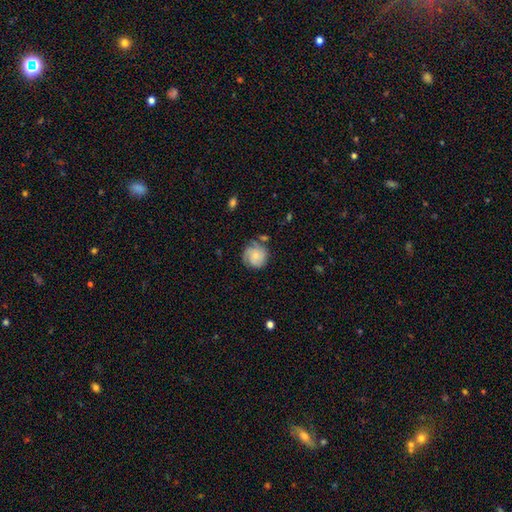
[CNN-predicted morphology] Smooth or featured: smooth — 57% (featured or disk — 35%)
How rounded: round — 90% (in between — 9%)
Merging: none — 67% (minor disturbance — 21%)